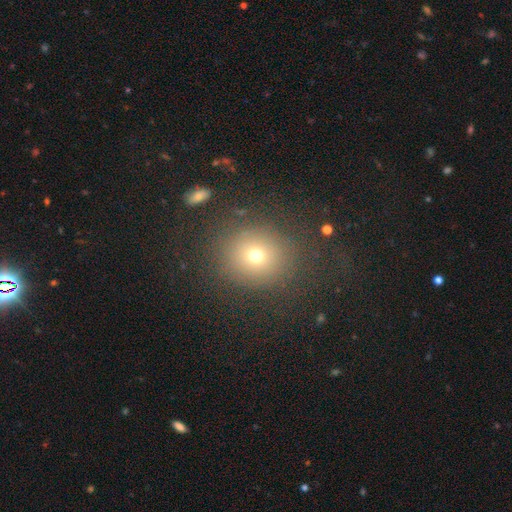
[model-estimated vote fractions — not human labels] The model was most divided on "smooth or featured": smooth: 69%, star or artifact: 19%, featured or disk: 12%. More confident: how rounded — round (83%); merging — none (81%).